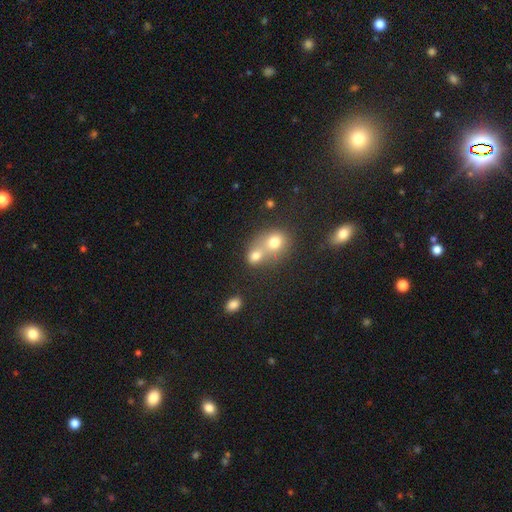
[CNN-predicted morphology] A smooth galaxy with no disk features (73%) that is round (60%). Merging: merger (66%).